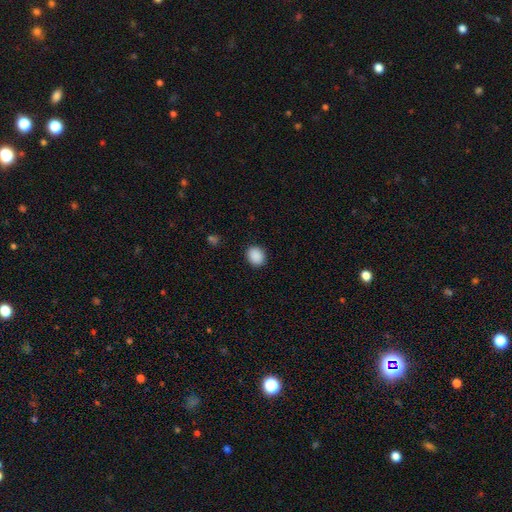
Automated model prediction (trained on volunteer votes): smooth_or_featured: smooth (p=0.90) [alt: star or artifact p=0.08]
how_rounded: round (p=0.61) [alt: in between p=0.38]
merging: none (p=0.90) [alt: minor disturbance p=0.07]